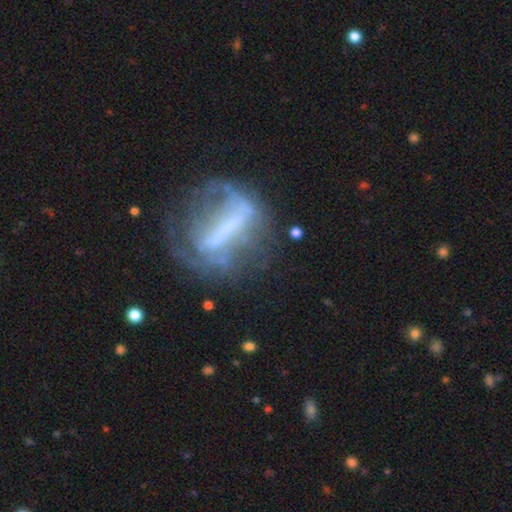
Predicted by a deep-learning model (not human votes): Smooth or featured: featured or disk — 66% (smooth — 21%)
Edge-on disk: no — 81% (yes — 19%)
Bar: strong — 70% (no — 15%)
Spiral arms: no — 60% (yes — 40%)
Bulge size: none — 51% (small — 22%)
Merging: none — 48% (major disturbance — 26%)